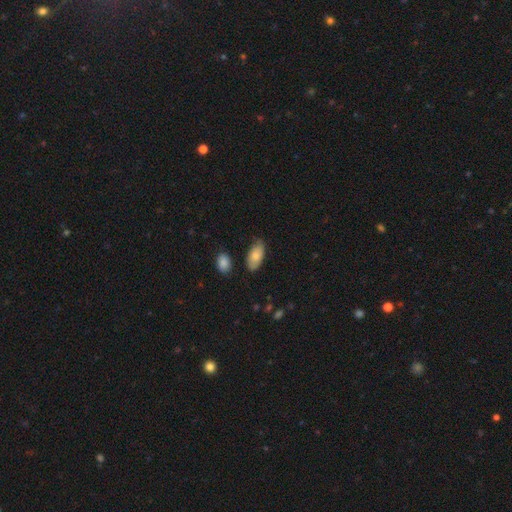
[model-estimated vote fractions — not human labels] Overall: smooth (79%). How rounded: in between (93%). Merging: none (72%).